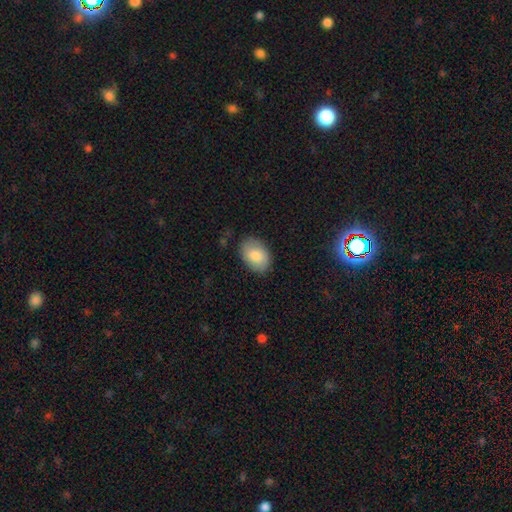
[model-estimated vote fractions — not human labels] Smooth or featured: smooth — 83% (featured or disk — 11%)
How rounded: in between — 85% (round — 14%)
Merging: none — 83% (minor disturbance — 13%)